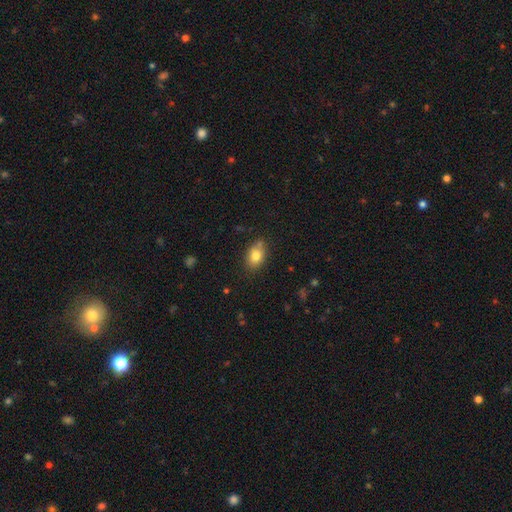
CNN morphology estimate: Smooth or featured: smooth — 79% (featured or disk — 11%)
How rounded: in between — 78% (round — 20%)
Merging: none — 74% (minor disturbance — 18%)